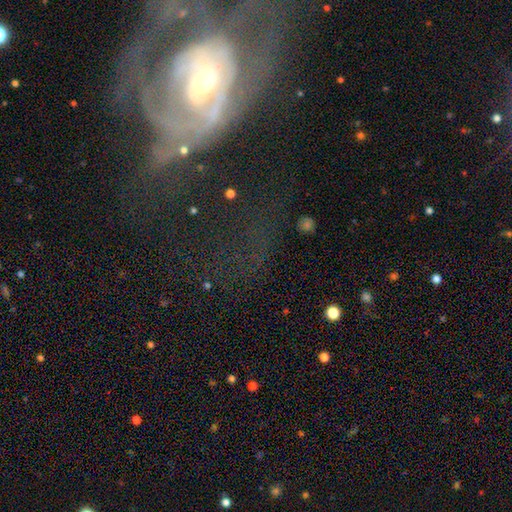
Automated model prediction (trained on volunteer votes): This appears to be a featured or disk galaxy (68%) with no bar (62%), spiral arms (60%) and a moderate central bulge (48%). Merging: major disturbance (48%).